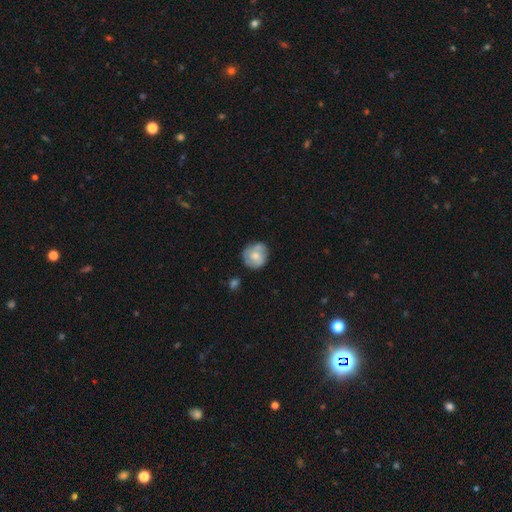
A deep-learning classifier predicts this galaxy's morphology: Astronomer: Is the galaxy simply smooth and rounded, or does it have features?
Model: smooth — 53% (runner-up: featured or disk, 41%).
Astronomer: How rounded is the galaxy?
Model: round — 85%.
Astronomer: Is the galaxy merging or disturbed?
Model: none — 68%.